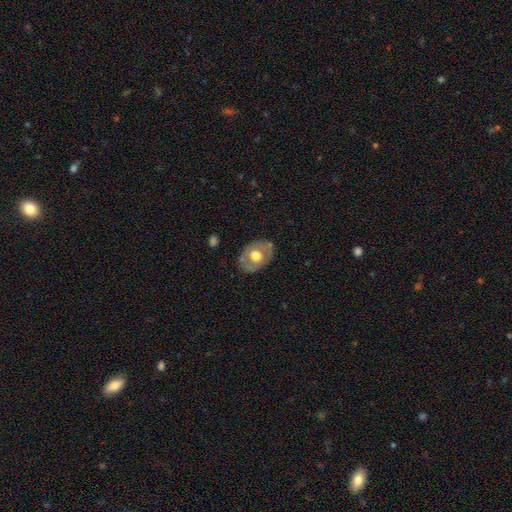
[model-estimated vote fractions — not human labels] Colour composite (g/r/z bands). It shows a featured or disk galaxy (47%, tied with smooth). Merging: none (78%).